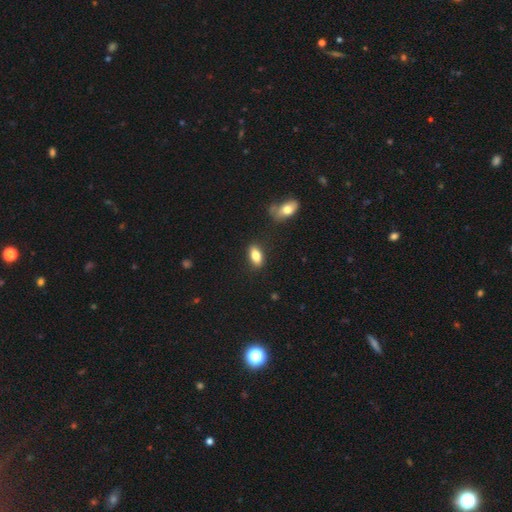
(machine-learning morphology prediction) Smooth or featured?
  - smooth: 79% *
  - featured or disk: 13%
  - star or artifact: 8%
How rounded?
  - in between: 86% *
  - cigar-shaped: 8%
  - round: 5%
Merging?
  - none: 84% *
  - minor disturbance: 10%
  - merger: 3%
  - major disturbance: 3%